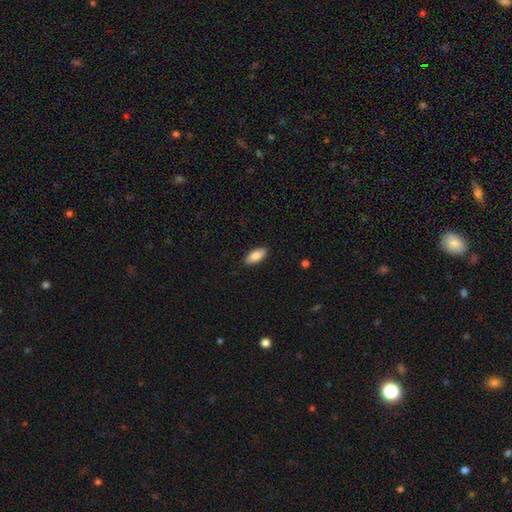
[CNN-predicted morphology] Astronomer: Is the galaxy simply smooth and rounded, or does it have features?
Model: smooth — 83%.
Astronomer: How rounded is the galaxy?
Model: in between — 83%.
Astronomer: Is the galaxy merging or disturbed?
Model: none — 89%.